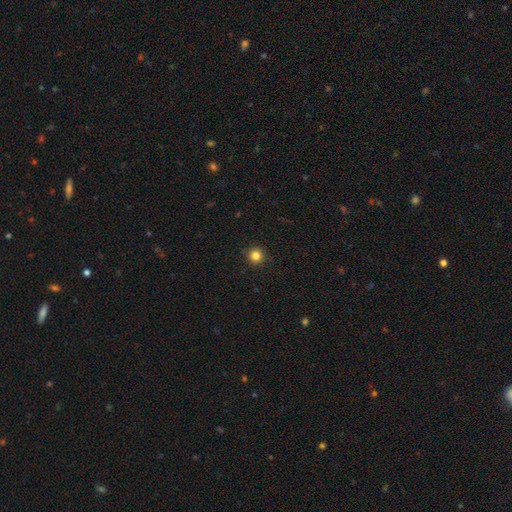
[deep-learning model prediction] Smooth or featured? smooth (83%)
How rounded? round (95%)
Merging? none (92%)